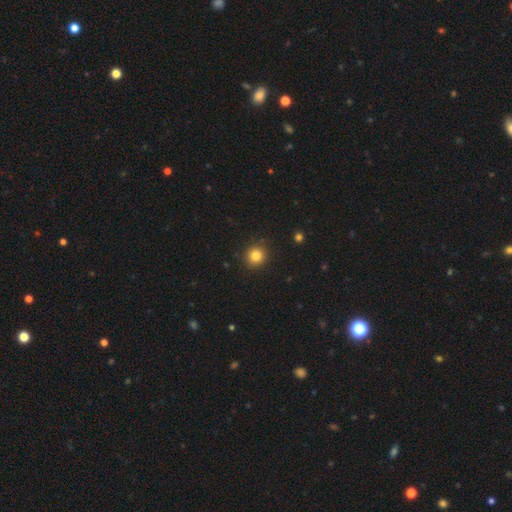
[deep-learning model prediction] Smooth or featured?
  - smooth: 83% *
  - star or artifact: 12%
  - featured or disk: 5%
How rounded?
  - round: 89% *
  - in between: 10%
  - cigar-shaped: 1%
Merging?
  - none: 89% *
  - minor disturbance: 8%
  - major disturbance: 2%
  - merger: 1%